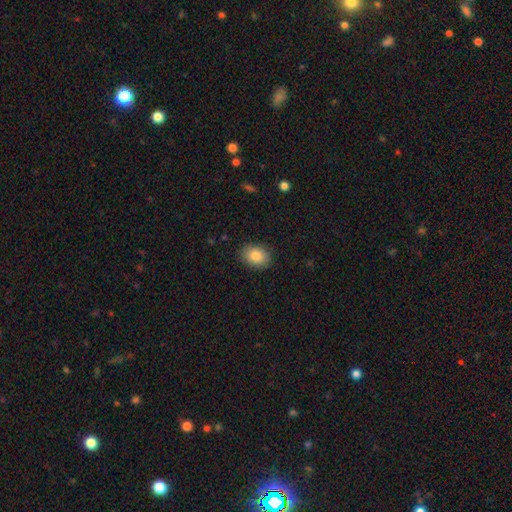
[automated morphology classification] Smooth or featured: smooth — 85% (star or artifact — 8%)
How rounded: in between — 69% (round — 30%)
Merging: none — 87% (minor disturbance — 10%)